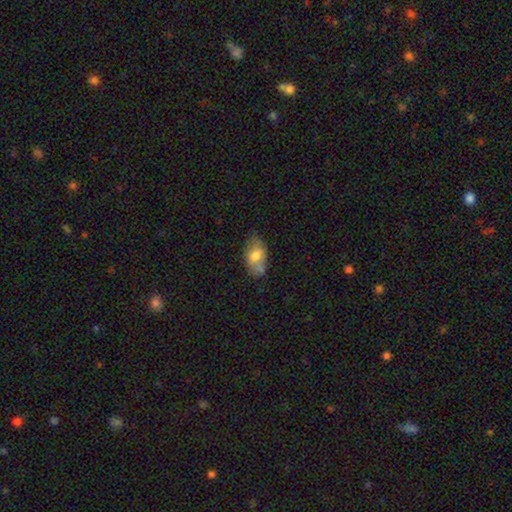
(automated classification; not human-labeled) This appears to be a smooth galaxy with no disk features (72%) that is in between round and cigar-shaped (89%). Merging: none (51%).